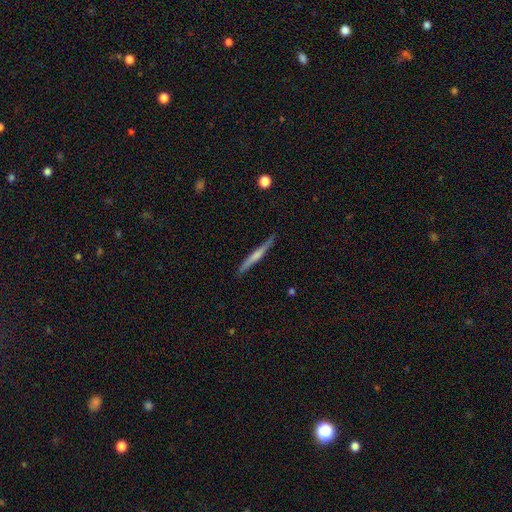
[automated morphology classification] Smooth or featured? Predicted: smooth (p=0.51). How rounded? Predicted: cigar-shaped (p=0.96). Merging? Predicted: none (p=0.84).